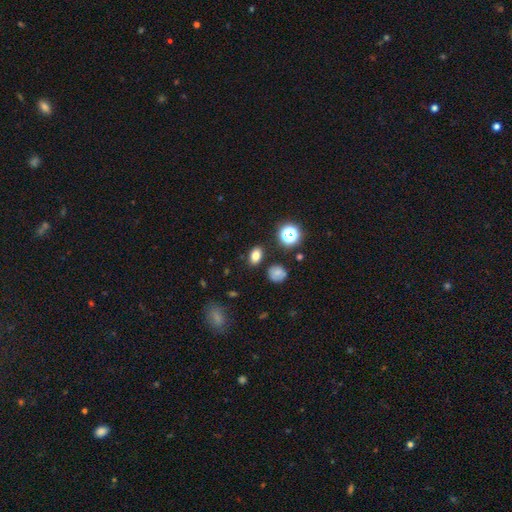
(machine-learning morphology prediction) A smooth galaxy with no disk features (76%) that is in between round and cigar-shaped (78%). Merging: none (85%).